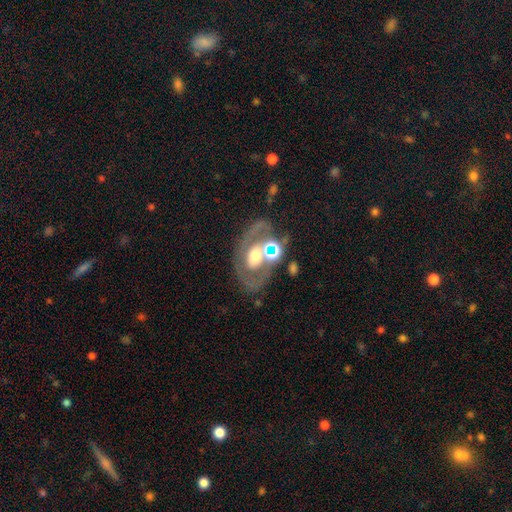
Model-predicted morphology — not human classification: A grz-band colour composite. It shows a featured or disk galaxy (60%) with no bar (75%), no spiral arms (70%) and a moderate central bulge (54%). Merging: none (56%).